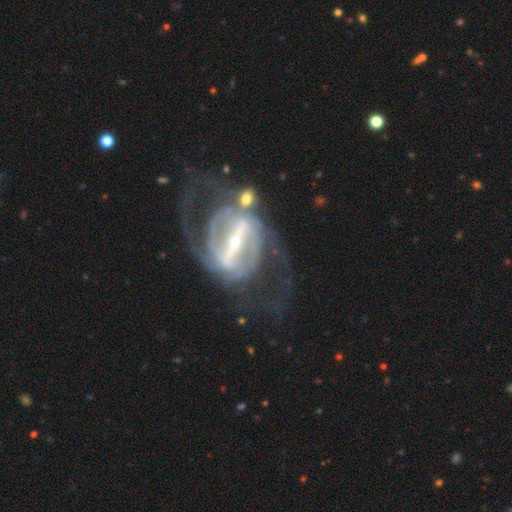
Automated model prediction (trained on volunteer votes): smooth_or_featured: featured or disk (p=0.90) [alt: star or artifact p=0.05]
disk_edge_on: no (p=0.93) [alt: yes p=0.07]
bar: strong (p=0.84) [alt: weak p=0.12]
has_spiral_arms: yes (p=0.90) [alt: no p=0.10]
spiral_winding: medium (p=0.45) [alt: tight p=0.36]
spiral_arm_count: 2 (p=0.73) [alt: can't tell p=0.13]
bulge_size: small (p=0.71) [alt: moderate p=0.21]
merging: none (p=0.59) [alt: major disturbance p=0.20]